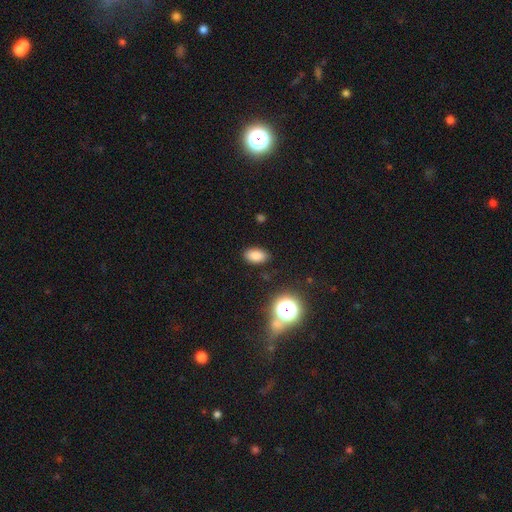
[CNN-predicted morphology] Smooth or featured?
  - smooth: 81% *
  - star or artifact: 13%
  - featured or disk: 6%
How rounded?
  - in between: 90% *
  - round: 8%
  - cigar-shaped: 2%
Merging?
  - none: 87% *
  - minor disturbance: 9%
  - major disturbance: 3%
  - merger: 1%